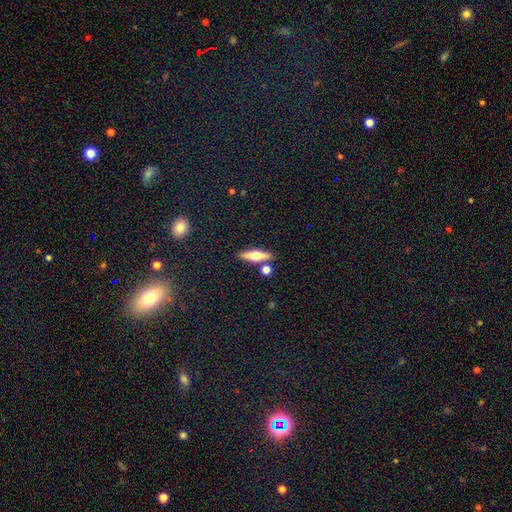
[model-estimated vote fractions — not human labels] smooth_or_featured: featured or disk (p=0.51) [alt: smooth p=0.41]
disk_edge_on: yes (p=0.92) [alt: no p=0.08]
merging: none (p=0.81) [alt: minor disturbance p=0.08]